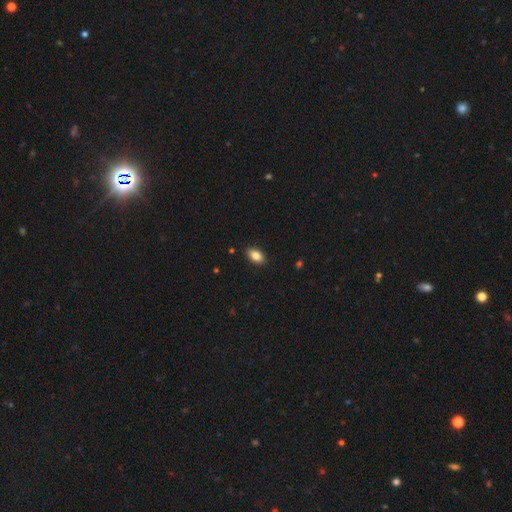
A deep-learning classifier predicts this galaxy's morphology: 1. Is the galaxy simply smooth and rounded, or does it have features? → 85% smooth, 8% star or artifact, 7% featured or disk.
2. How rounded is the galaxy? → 91% in between, 7% round, 2% cigar-shaped.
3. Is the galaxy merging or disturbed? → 89% none, 8% minor disturbance, 2% major disturbance, 1% merger.